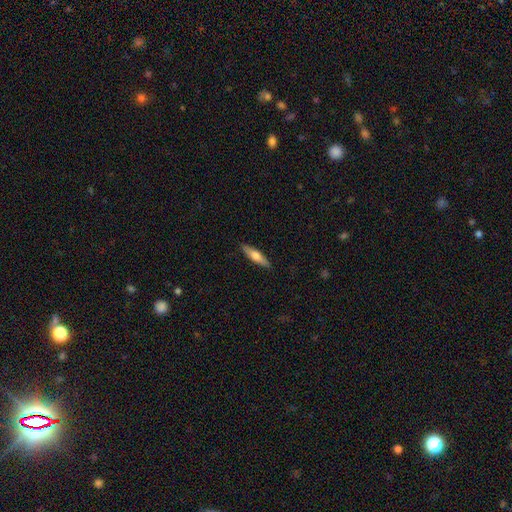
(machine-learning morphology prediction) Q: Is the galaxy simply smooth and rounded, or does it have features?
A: smooth — 54%.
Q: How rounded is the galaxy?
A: cigar-shaped — 75%.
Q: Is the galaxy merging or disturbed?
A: none — 90%.